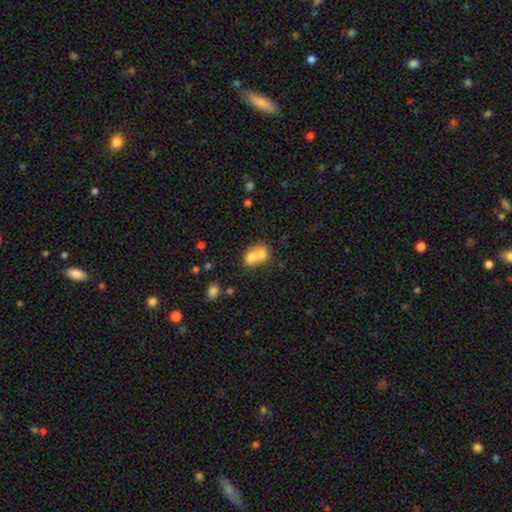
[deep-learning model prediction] This is likely a smooth galaxy (71%). How rounded: possibly in between (54%). Merging: likely merger (73%).